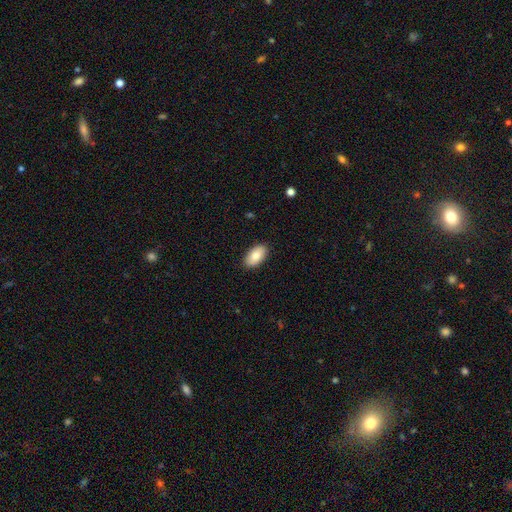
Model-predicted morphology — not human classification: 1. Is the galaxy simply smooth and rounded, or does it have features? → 85% smooth, 9% featured or disk, 6% star or artifact.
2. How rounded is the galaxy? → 95% in between, 3% round, 2% cigar-shaped.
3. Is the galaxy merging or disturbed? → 89% none, 8% minor disturbance, 2% major disturbance, 1% merger.